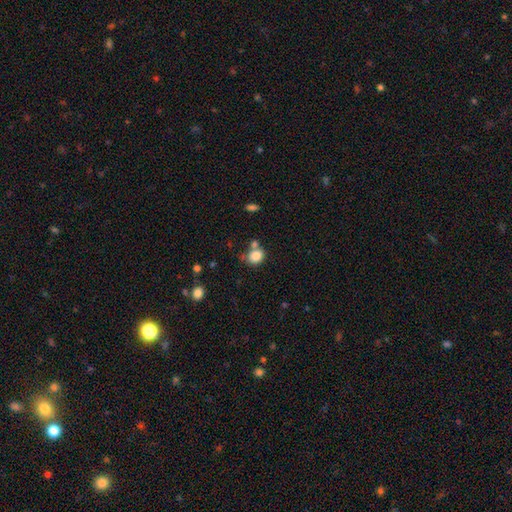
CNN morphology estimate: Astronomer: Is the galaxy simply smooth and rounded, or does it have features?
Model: smooth — 83%.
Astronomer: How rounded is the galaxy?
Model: round — 64%.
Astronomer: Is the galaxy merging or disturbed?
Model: none — 55%.